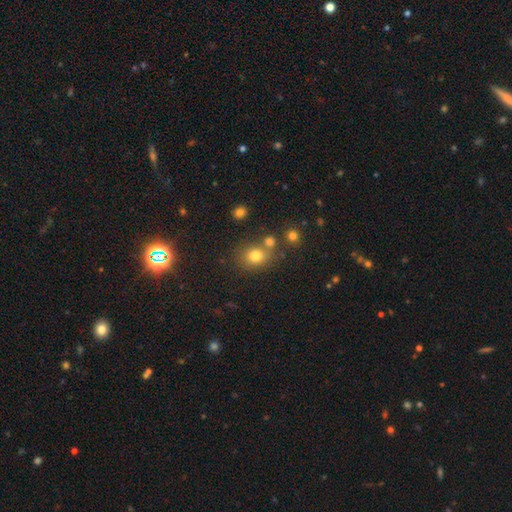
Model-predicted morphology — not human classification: smooth-or-featured: smooth: 77% | star or artifact: 14% | featured or disk: 9%
  how-rounded: round: 65% | in between: 34% | cigar-shaped: 1%
  merging: none: 61% | merger: 22% | minor disturbance: 12% | major disturbance: 5%